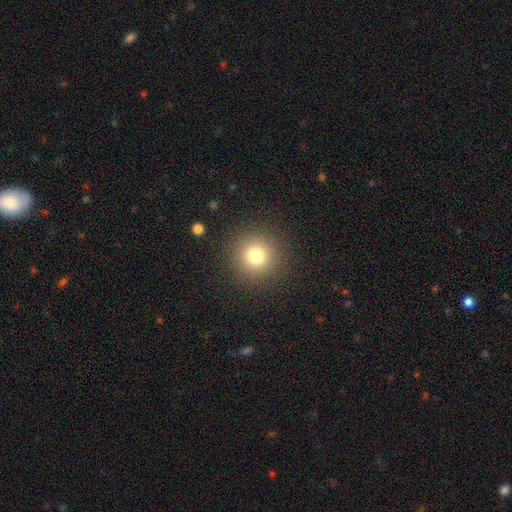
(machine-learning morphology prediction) Smooth or featured? smooth (77%)
How rounded? round (95%)
Merging? none (90%)